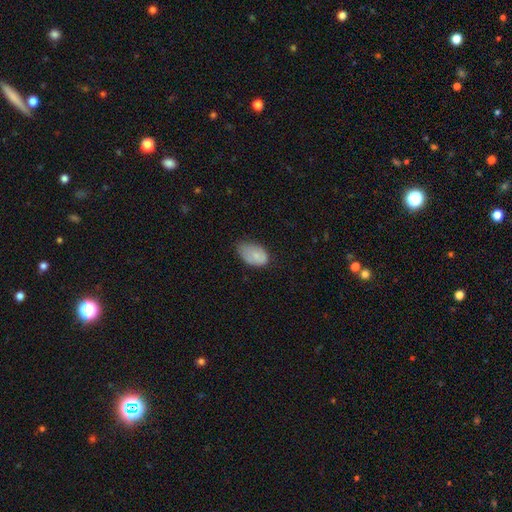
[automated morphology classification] Smooth or featured?
  - smooth: 80% *
  - featured or disk: 13%
  - star or artifact: 7%
How rounded?
  - in between: 91% *
  - round: 8%
  - cigar-shaped: 1%
Merging?
  - minor disturbance: 46% *
  - none: 39%
  - major disturbance: 14%
  - merger: 2%